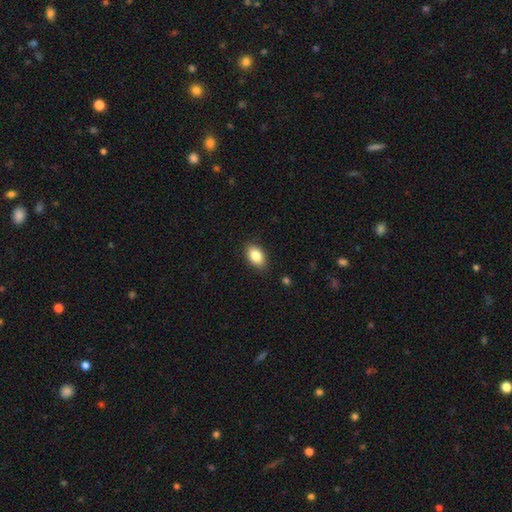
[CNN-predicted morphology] The model was most divided on "smooth or featured": smooth: 84%, featured or disk: 8%, star or artifact: 8%. More confident: how rounded — in between (88%); merging — none (86%).